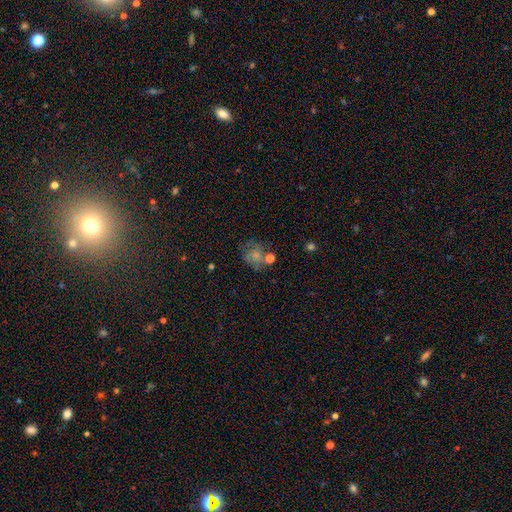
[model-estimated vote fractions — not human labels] A smooth galaxy with no disk features (58%) that is round (68%). Merging: none (48%).